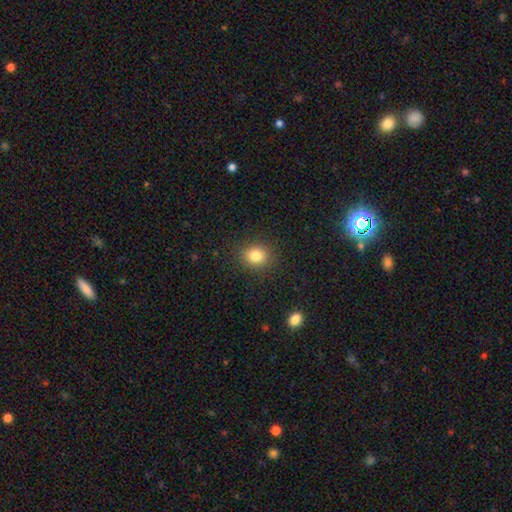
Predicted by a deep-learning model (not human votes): A smooth galaxy with no disk features (83%) that is round (69%). Merging: none (88%).